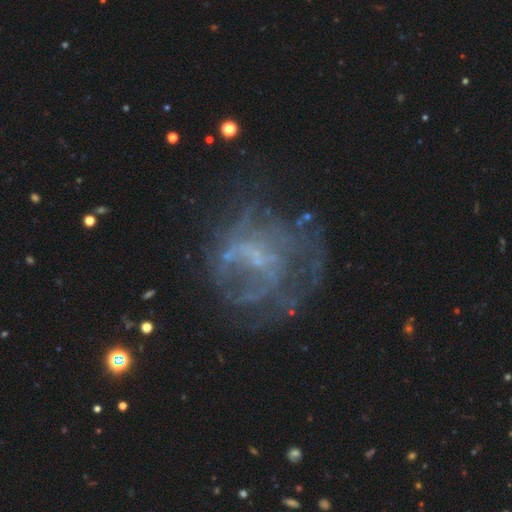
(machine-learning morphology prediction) Smooth or featured?
  - featured or disk: 64% *
  - star or artifact: 18%
  - smooth: 18%
Edge-on disk?
  - no: 97% *
  - yes: 3%
Bar?
  - no: 62% *
  - weak: 29%
  - strong: 9%
Spiral arms?
  - no: 62% *
  - yes: 38%
Bulge size?
  - none: 48% *
  - small: 38%
  - moderate: 11%
  - large: 2%
  - dominant: 1%
Merging?
  - none: 49% *
  - major disturbance: 31%
  - minor disturbance: 17%
  - merger: 4%